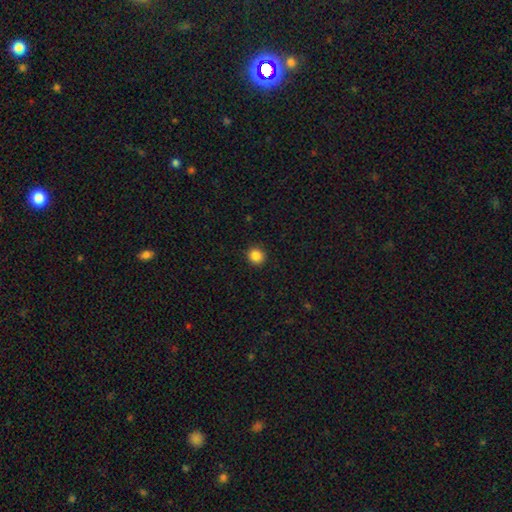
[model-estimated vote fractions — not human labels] A smooth galaxy with no disk features (86%) that is round (92%).

Vote fractions:
- Smooth or featured? smooth: 86% / star or artifact: 10% / featured or disk: 3%
- How rounded? round: 92% / in between: 7% / cigar-shaped: 1%
- Merging? none: 92% / minor disturbance: 5% / major disturbance: 2% / merger: 1%